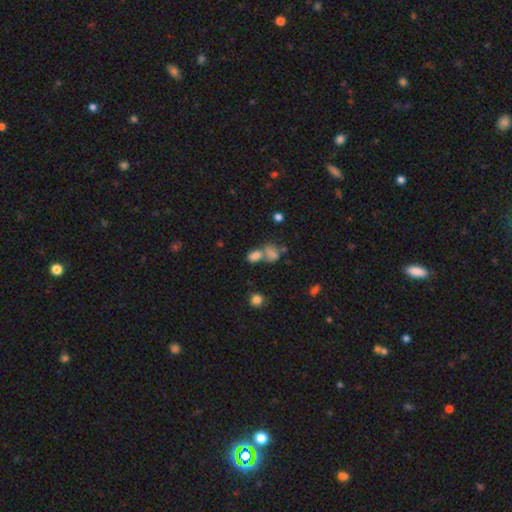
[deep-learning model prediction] Smooth or featured: smooth — 76% (star or artifact — 14%)
How rounded: in between — 81% (round — 17%)
Merging: merger — 55% (none — 30%)